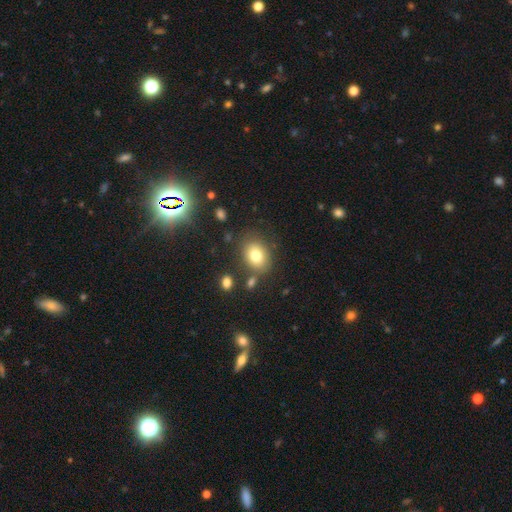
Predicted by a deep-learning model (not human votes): A smooth galaxy with no disk features (78%) that is in between round and cigar-shaped (61%).

Vote fractions:
- Smooth or featured? smooth: 78% / featured or disk: 11% / star or artifact: 10%
- How rounded? in between: 61% / round: 38% / cigar-shaped: 1%
- Merging? none: 76% / minor disturbance: 13% / merger: 7% / major disturbance: 5%